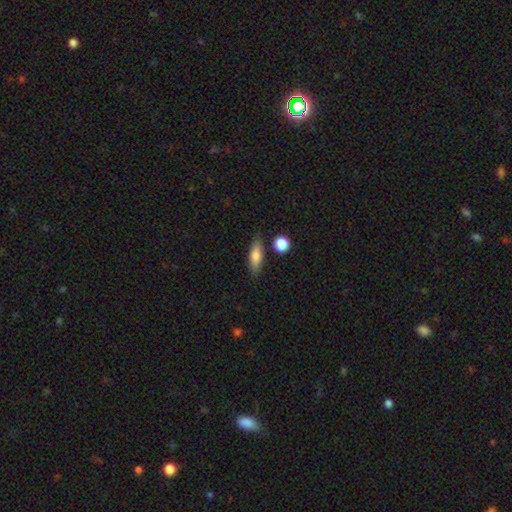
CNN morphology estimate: smooth-or-featured: smooth: 76% | featured or disk: 17% | star or artifact: 7%
  how-rounded: in between: 53% | cigar-shaped: 42% | round: 5%
  merging: none: 80% | minor disturbance: 12% | merger: 5% | major disturbance: 3%